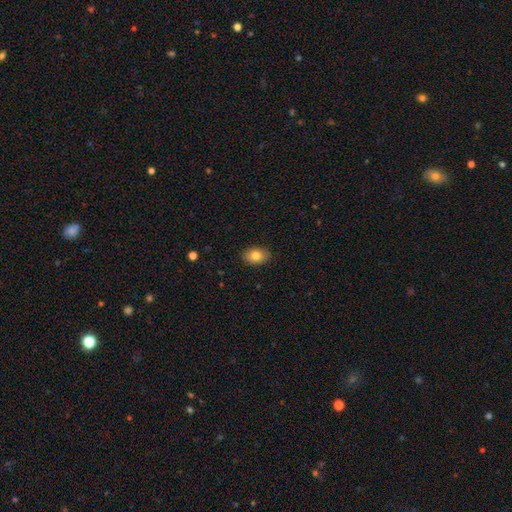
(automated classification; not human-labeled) smooth-or-featured: smooth: 81% | featured or disk: 10% | star or artifact: 8%
  how-rounded: in between: 83% | round: 16% | cigar-shaped: 1%
  merging: none: 89% | minor disturbance: 8% | major disturbance: 2% | merger: 1%